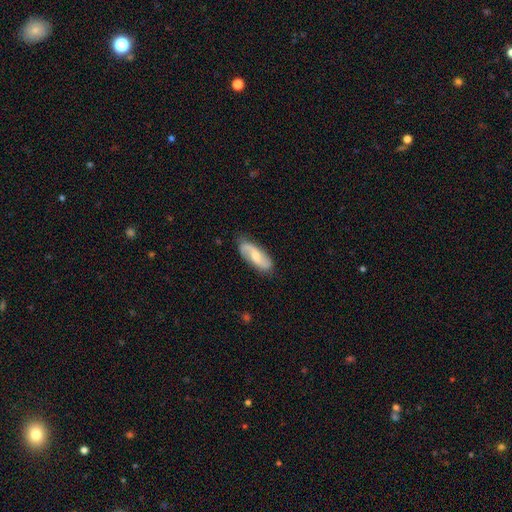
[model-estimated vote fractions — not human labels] smooth_or_featured: featured or disk (p=0.66) [alt: smooth p=0.29]
disk_edge_on: no (p=0.93) [alt: yes p=0.07]
bar: no (p=0.49) [alt: weak p=0.41]
has_spiral_arms: yes (p=0.94) [alt: no p=0.06]
spiral_winding: loose (p=0.47) [alt: medium p=0.38]
spiral_arm_count: 2 (p=0.88) [alt: can't tell p=0.05]
bulge_size: moderate (p=0.47) [alt: small p=0.36]
merging: none (p=0.81) [alt: minor disturbance p=0.14]